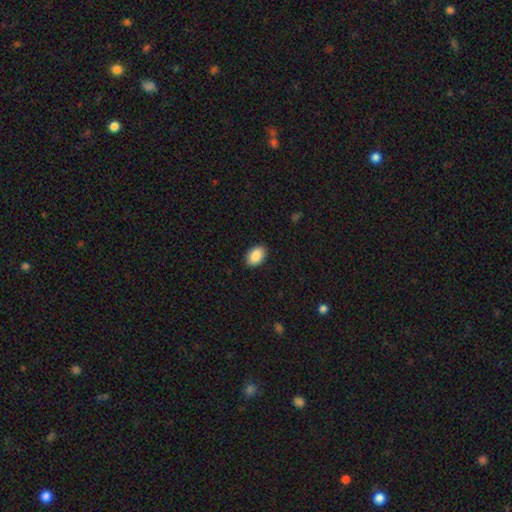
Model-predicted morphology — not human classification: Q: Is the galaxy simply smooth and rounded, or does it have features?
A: smooth — 89%.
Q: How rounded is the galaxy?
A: in between — 86%.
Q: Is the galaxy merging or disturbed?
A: none — 90%.